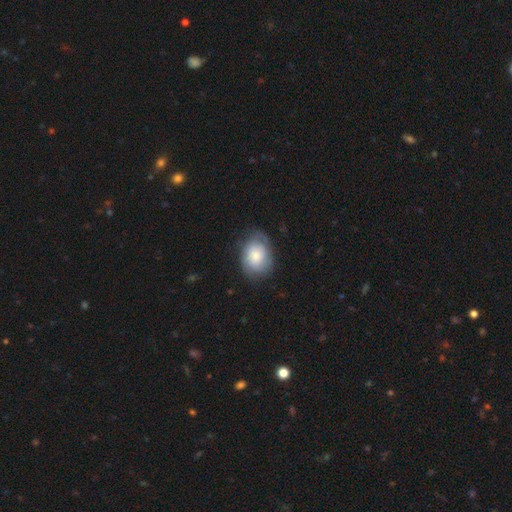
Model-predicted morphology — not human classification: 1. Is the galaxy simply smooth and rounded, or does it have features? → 69% smooth, 24% featured or disk, 7% star or artifact.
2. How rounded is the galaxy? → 61% in between, 38% round, 1% cigar-shaped.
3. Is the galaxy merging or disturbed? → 64% none, 25% minor disturbance, 9% major disturbance, 1% merger.